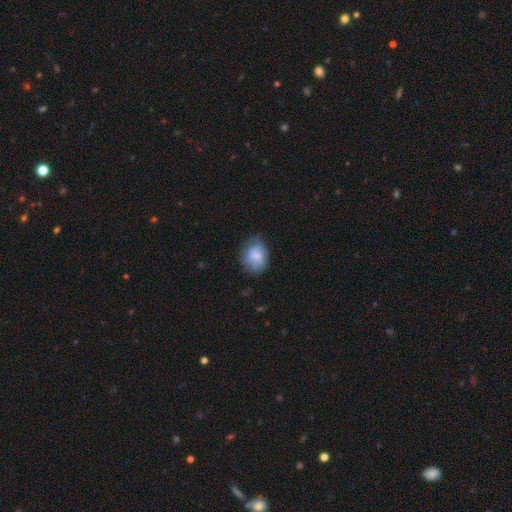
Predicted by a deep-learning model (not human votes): This is likely a smooth galaxy (68%). How rounded: possibly in between (53%). Merging: possibly none (57%).